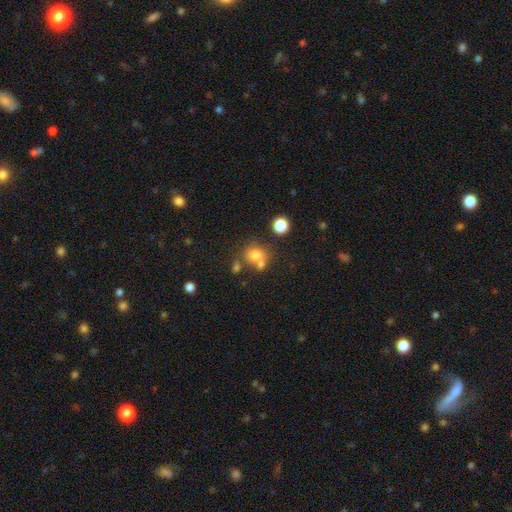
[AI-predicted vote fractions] A smooth galaxy with no disk features (72%) that is round (76%). Merging: none (49%).